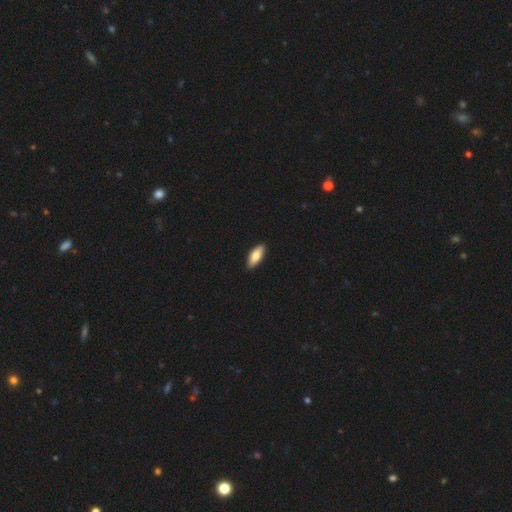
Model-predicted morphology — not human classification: Smooth or featured? Predicted: smooth (p=0.81). How rounded? Predicted: in between (p=0.75). Merging? Predicted: none (p=0.90).